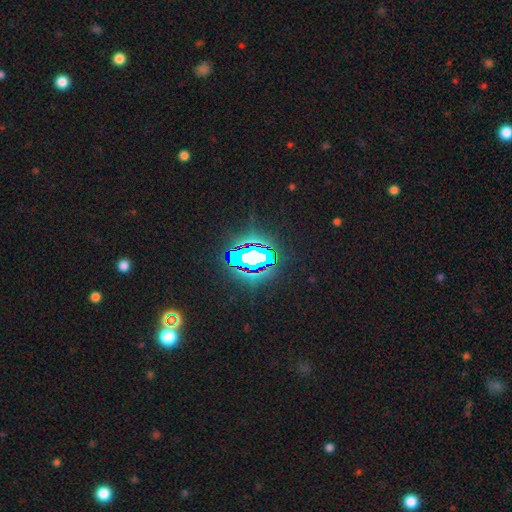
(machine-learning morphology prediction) Smooth or featured? Predicted: star or artifact (p=0.77).